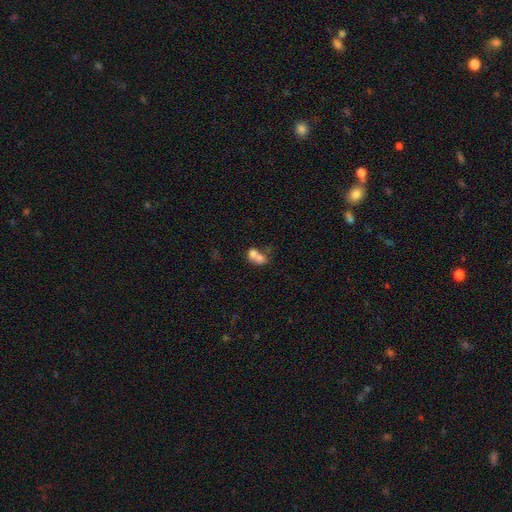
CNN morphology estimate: Overall: smooth (67%). How rounded: in between (61%; round 37%). Merging: merger (71%).